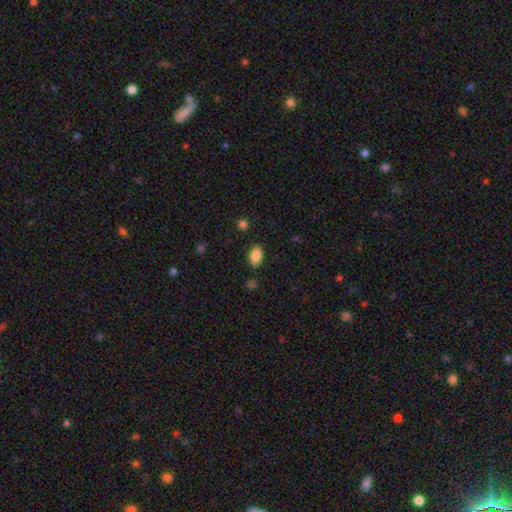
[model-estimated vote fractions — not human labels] smooth_or_featured: smooth (p=0.86) [alt: star or artifact p=0.08]
how_rounded: in between (p=0.87) [alt: round p=0.12]
merging: none (p=0.83) [alt: minor disturbance p=0.12]